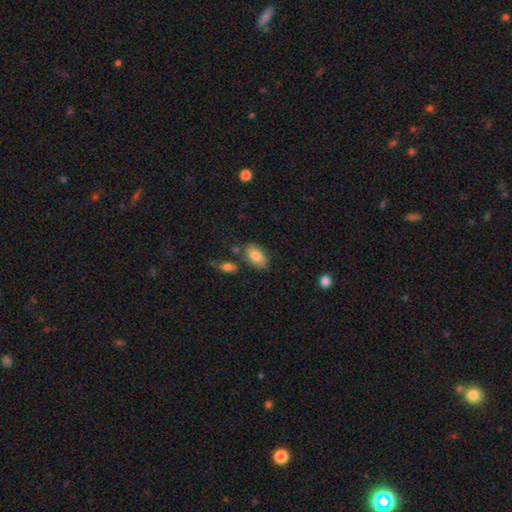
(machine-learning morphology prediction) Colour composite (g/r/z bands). It shows a smooth galaxy with no disk features (80%) that is in between round and cigar-shaped (93%). Merging: none (74%).